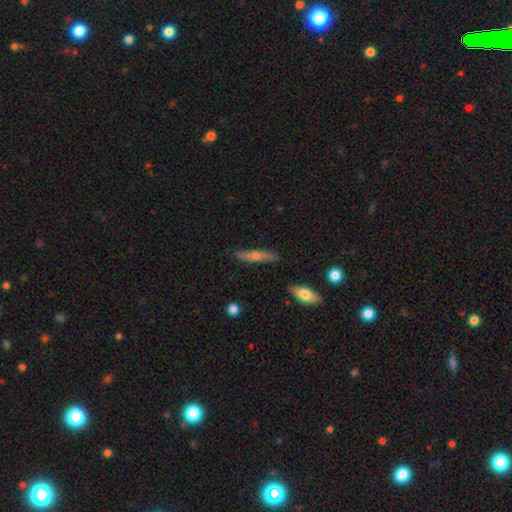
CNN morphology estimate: Smooth or featured: featured or disk — 57% (smooth — 36%)
Edge-on disk: yes — 94% (no — 6%)
Edge-on bulge: rounded — 88% (none — 8%)
Merging: none — 86% (minor disturbance — 11%)